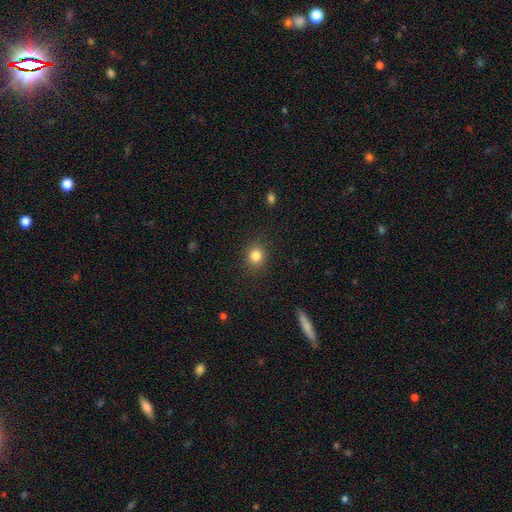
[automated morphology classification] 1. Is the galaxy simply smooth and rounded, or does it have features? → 83% smooth, 11% star or artifact, 5% featured or disk.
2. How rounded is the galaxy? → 80% round, 19% in between, 1% cigar-shaped.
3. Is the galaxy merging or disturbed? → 89% none, 8% minor disturbance, 3% major disturbance, 1% merger.